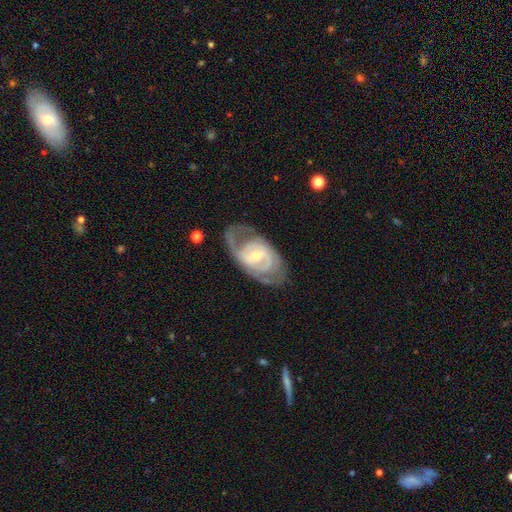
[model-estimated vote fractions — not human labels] Smooth or featured?
  - featured or disk: 85% *
  - smooth: 10%
  - star or artifact: 5%
Edge-on disk?
  - no: 95% *
  - yes: 5%
Bar?
  - weak: 51% *
  - no: 28%
  - strong: 21%
Spiral arms?
  - yes: 92% *
  - no: 8%
Spiral winding?
  - tight: 44% *
  - medium: 43%
  - loose: 13%
Spiral arm count?
  - 2: 65% *
  - can't tell: 19%
  - 3: 8%
  - 1: 4%
  - 4: 2%
  - more than 4: 2%
Bulge size?
  - small: 56% *
  - moderate: 39%
  - large: 2%
  - none: 2%
  - dominant: 1%
Merging?
  - none: 65% *
  - minor disturbance: 20%
  - major disturbance: 14%
  - merger: 2%